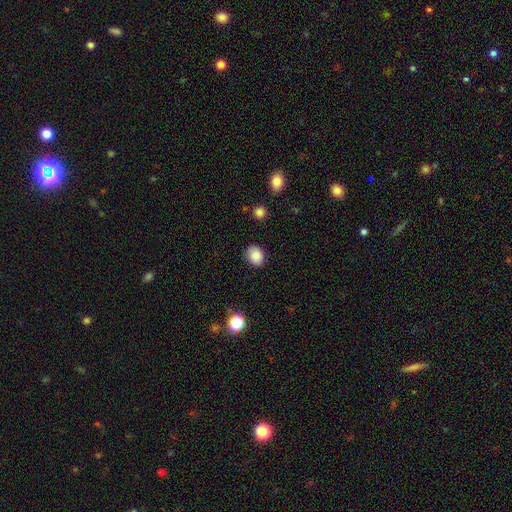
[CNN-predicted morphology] This is clearly a smooth galaxy (87%). How rounded: possibly round (50%). Merging: clearly none (83%).